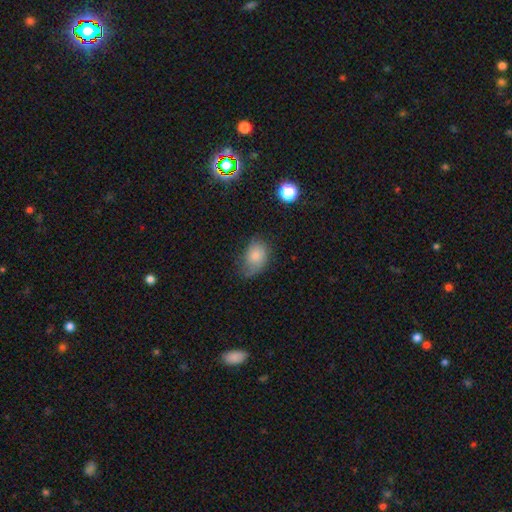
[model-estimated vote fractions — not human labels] smooth_or_featured: smooth (p=0.72) [alt: featured or disk p=0.18]
how_rounded: in between (p=0.74) [alt: round p=0.25]
merging: none (p=0.44) [alt: minor disturbance p=0.35]